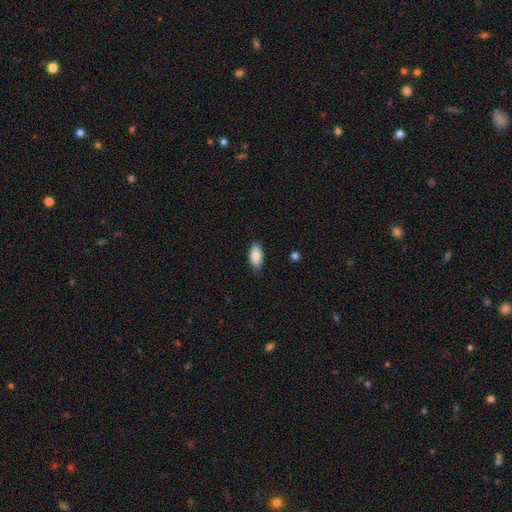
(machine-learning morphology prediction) smooth_or_featured: smooth (p=0.84) [alt: featured or disk p=0.10]
how_rounded: in between (p=0.89) [alt: cigar-shaped p=0.08]
merging: none (p=0.83) [alt: minor disturbance p=0.13]